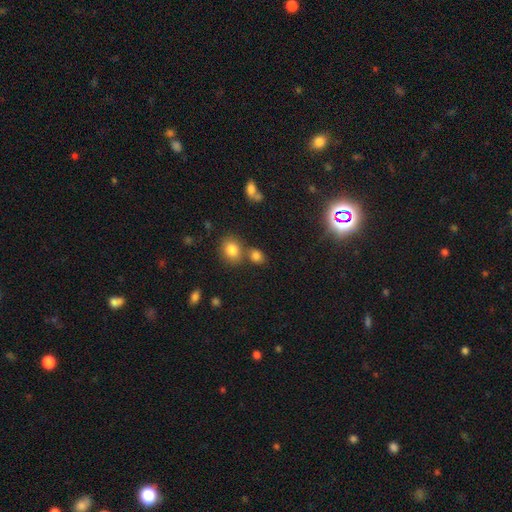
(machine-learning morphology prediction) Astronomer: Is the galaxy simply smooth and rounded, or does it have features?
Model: smooth — 78%.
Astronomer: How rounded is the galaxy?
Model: round — 52% (runner-up: in between, 46%).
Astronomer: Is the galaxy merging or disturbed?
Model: none — 60%.